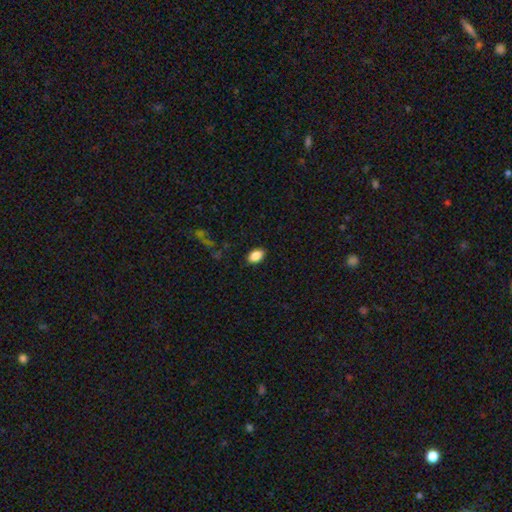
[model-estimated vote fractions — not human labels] Smooth or featured: smooth — 87% (star or artifact — 8%)
How rounded: in between — 89% (round — 10%)
Merging: none — 87% (minor disturbance — 10%)